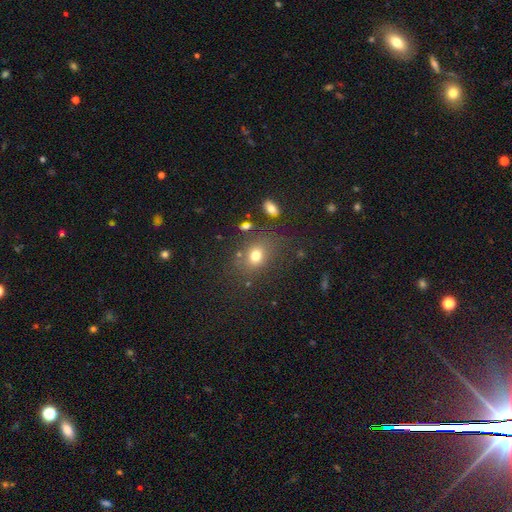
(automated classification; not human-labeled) Smooth or featured? smooth (73%)
How rounded? in between (55%)
Merging? none (74%)